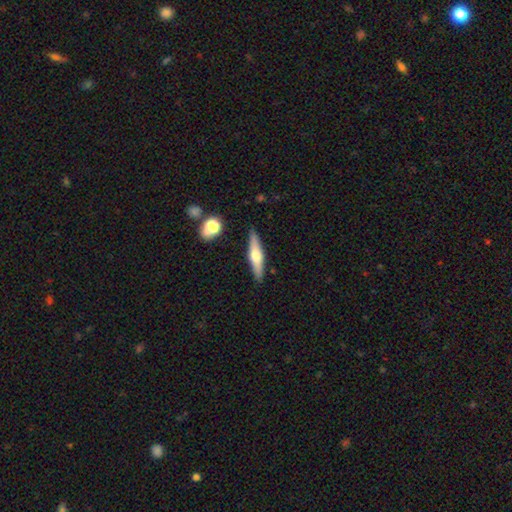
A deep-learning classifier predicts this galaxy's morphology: This appears to be a featured or disk galaxy (57%) viewed edge-on (95%) with a rounded central bulge (92%). Merging: none (88%).